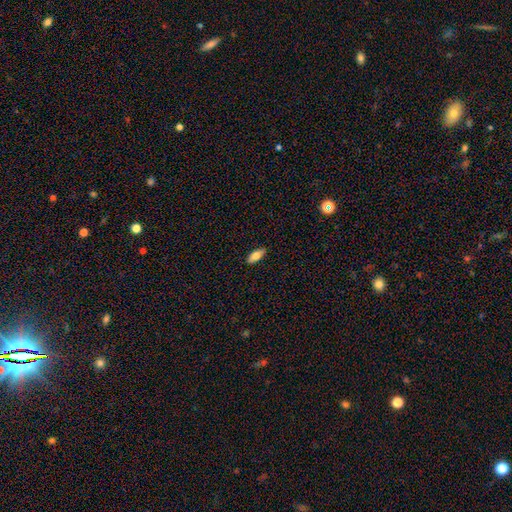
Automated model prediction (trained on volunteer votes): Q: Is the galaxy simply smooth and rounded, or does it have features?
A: smooth — 73%.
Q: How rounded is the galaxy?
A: in between — 78%.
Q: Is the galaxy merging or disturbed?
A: none — 89%.